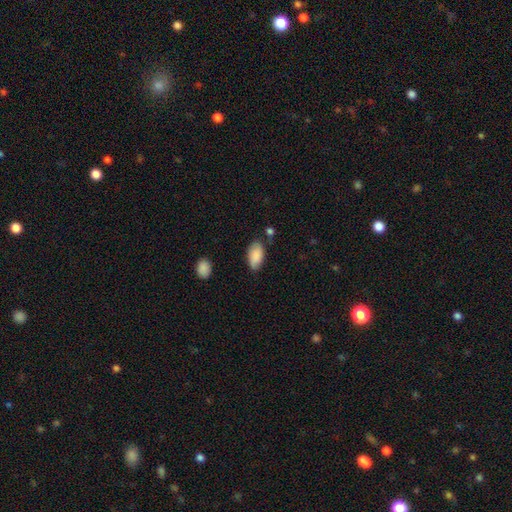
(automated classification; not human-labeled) Morphology: type=smooth (88%); roundness=in between (94%); merging=none (74%).